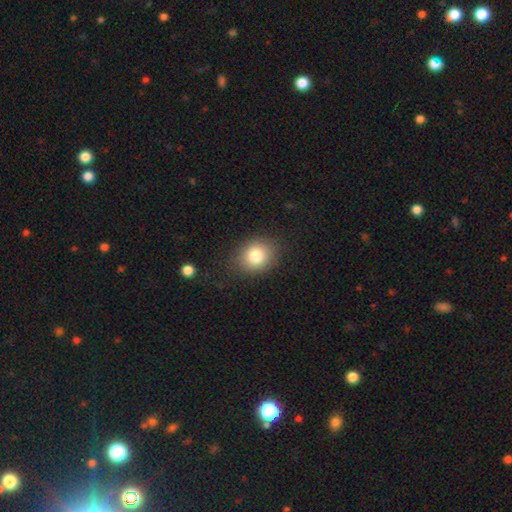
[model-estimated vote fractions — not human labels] Q: Smooth or featured?
A: smooth (80%); runner-up: star or artifact (11%)
Q: How rounded?
A: round (66%); runner-up: in between (33%)
Q: Merging?
A: none (84%); runner-up: minor disturbance (11%)